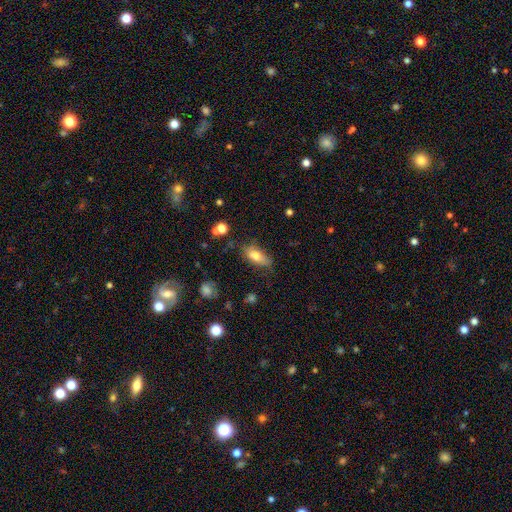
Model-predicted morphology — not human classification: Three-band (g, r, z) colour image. It shows a smooth galaxy with no disk features (73%) that is in between round and cigar-shaped (82%). Merging: none (65%).